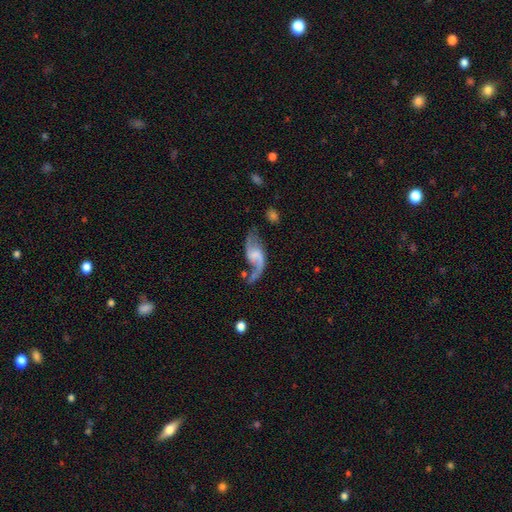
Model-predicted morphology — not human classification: Smooth or featured?
  - featured or disk: 86% *
  - smooth: 8%
  - star or artifact: 5%
Edge-on disk?
  - no: 97% *
  - yes: 3%
Bar?
  - weak: 48% *
  - no: 37%
  - strong: 15%
Spiral arms?
  - yes: 94% *
  - no: 6%
Spiral winding?
  - loose: 81% *
  - medium: 16%
  - tight: 3%
Spiral arm count?
  - 2: 85% *
  - 1: 11%
  - can't tell: 2%
  - 3: 1%
  - 4: 1%
  - more than 4: 1%
Bulge size?
  - none: 51% *
  - small: 26%
  - moderate: 16%
  - large: 5%
  - dominant: 2%
Merging?
  - none: 50% *
  - major disturbance: 21%
  - minor disturbance: 20%
  - merger: 10%